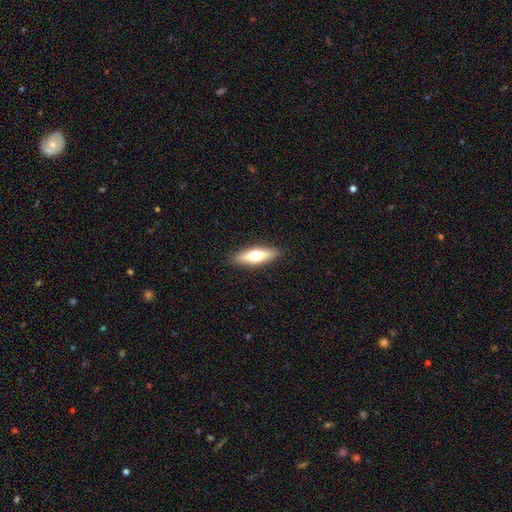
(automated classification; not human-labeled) Overall: smooth (55%; featured or disk 39%). How rounded: cigar-shaped (55%; in between 42%). Merging: none (89%).